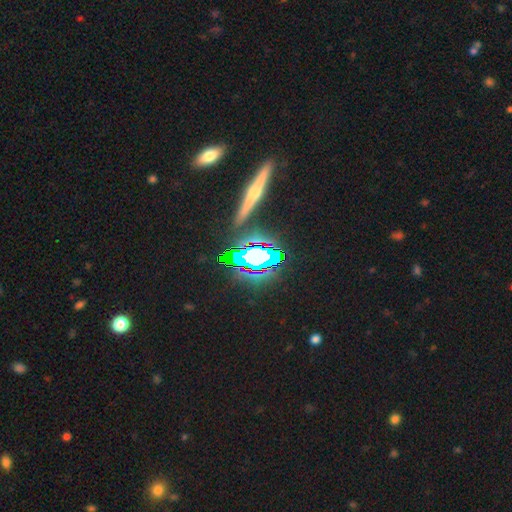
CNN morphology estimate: Q: Smooth or featured?
A: star or artifact (60%); runner-up: smooth (21%)